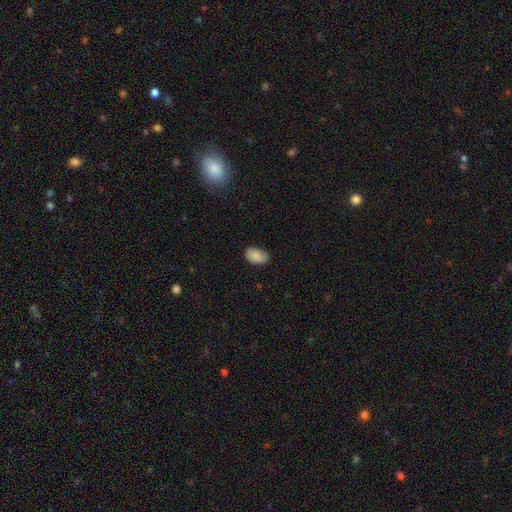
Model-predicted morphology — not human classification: A smooth galaxy with no disk features (83%) that is in between round and cigar-shaped (89%).

Vote fractions:
- Smooth or featured? smooth: 83% / featured or disk: 10% / star or artifact: 7%
- How rounded? in between: 89% / round: 9% / cigar-shaped: 1%
- Merging? none: 69% / minor disturbance: 25% / major disturbance: 4% / merger: 1%